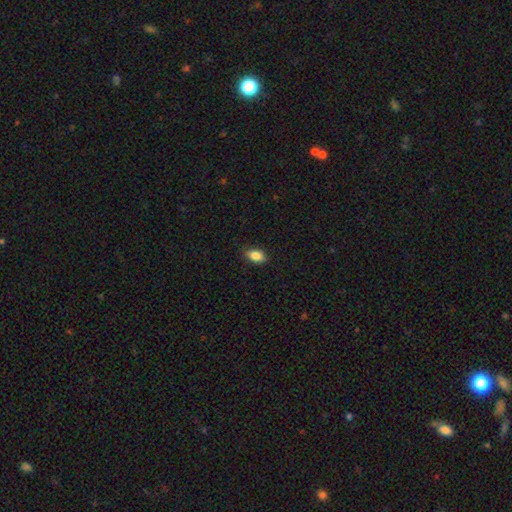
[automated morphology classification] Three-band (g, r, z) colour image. It shows a smooth galaxy with no disk features (86%) that is in between round and cigar-shaped (88%). Merging: none (86%).